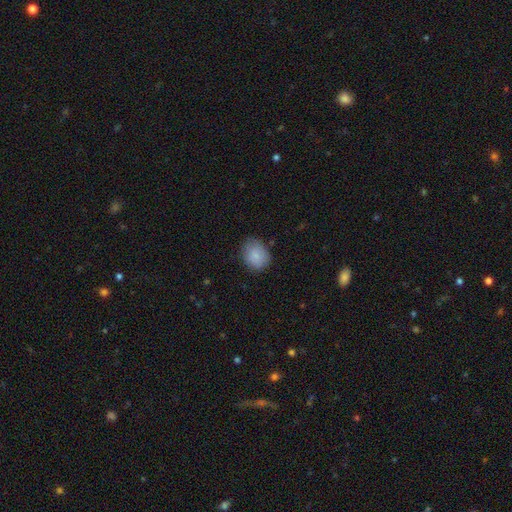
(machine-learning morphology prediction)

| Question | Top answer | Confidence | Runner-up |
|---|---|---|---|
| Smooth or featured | smooth | 85% | star or artifact (8%) |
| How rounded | round | 50% | in between (49%) |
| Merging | none | 70% | minor disturbance (24%) |